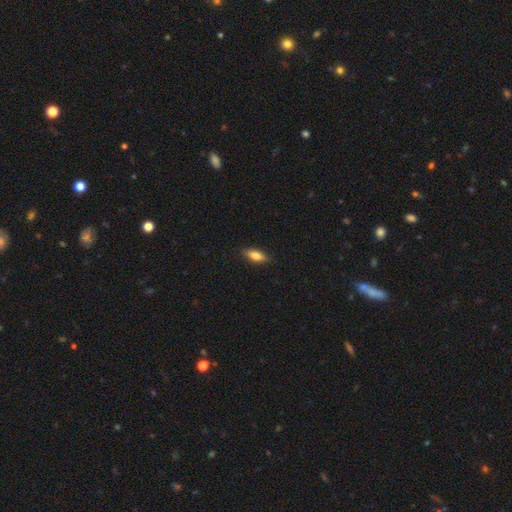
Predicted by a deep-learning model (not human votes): Morphology: type=smooth (78%); roundness=in between (64%); merging=none (86%).